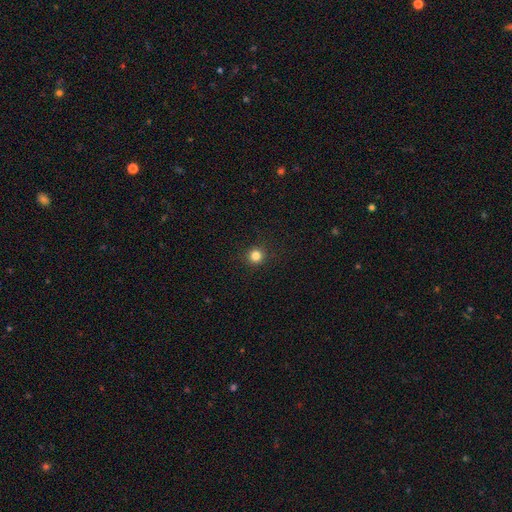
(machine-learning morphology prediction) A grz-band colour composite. It shows a smooth galaxy with no disk features (83%) that is round (95%). Merging: none (92%).